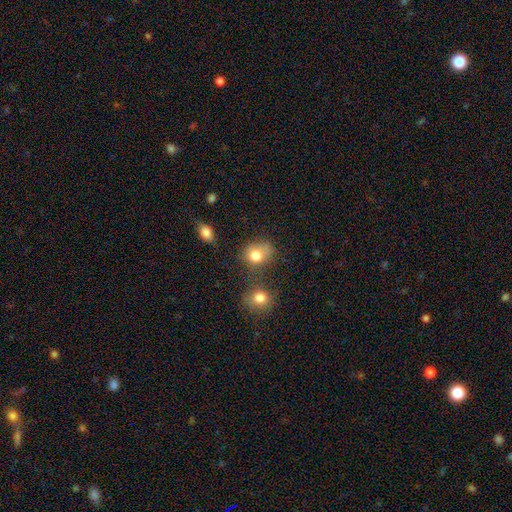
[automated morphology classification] Smooth or featured: smooth — 80% (star or artifact — 11%)
How rounded: round — 58% (in between — 41%)
Merging: none — 48% (minor disturbance — 23%)